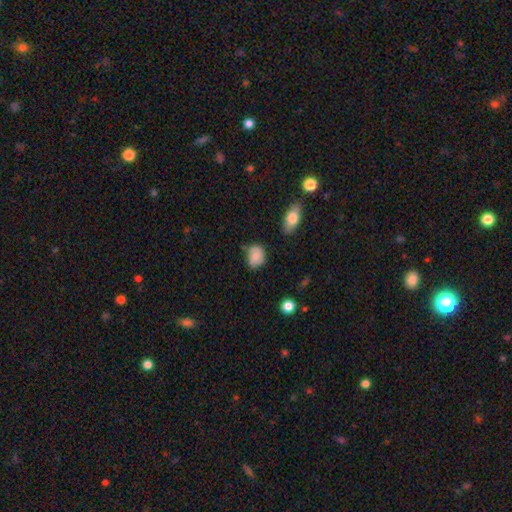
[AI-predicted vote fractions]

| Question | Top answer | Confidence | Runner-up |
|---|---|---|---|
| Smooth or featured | smooth | 78% | featured or disk (14%) |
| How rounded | in between | 61% | round (38%) |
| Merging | none | 58% | minor disturbance (30%) |